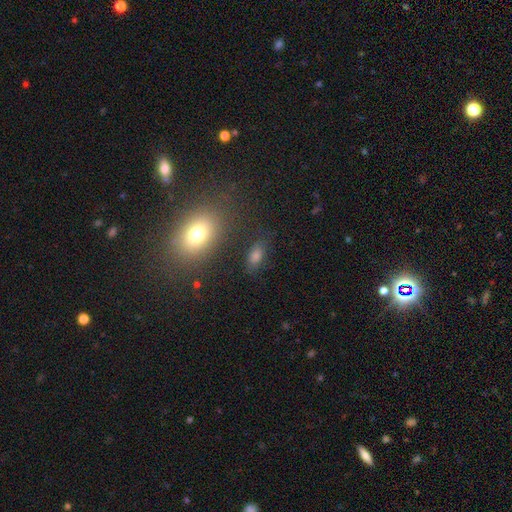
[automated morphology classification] This appears to be a smooth galaxy with no disk features (69%) that is in between round and cigar-shaped (83%). Merging: none (78%).